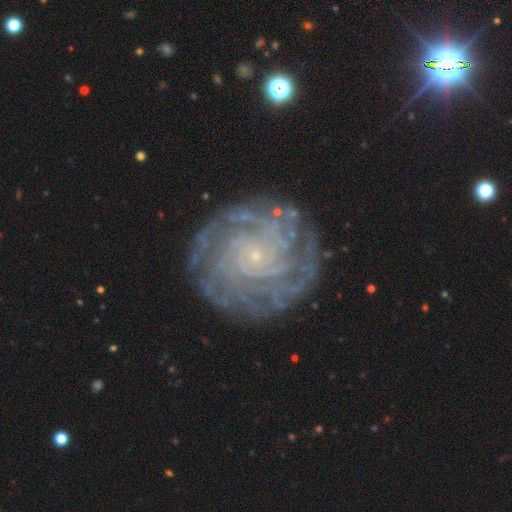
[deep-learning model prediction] smooth-or-featured: featured or disk: 86% | star or artifact: 7% | smooth: 7%
  disk-edge-on: no: 97% | yes: 3%
    bar: no: 80% | weak: 15% | strong: 5%
    has-spiral-arms: yes: 97% | no: 3%
      spiral-winding: tight: 83% | medium: 14% | loose: 3%
      spiral-arm-count: can't tell: 25% | more than 4: 23% | 4: 21% | 3: 12% | 2: 10% | 1: 8%
    bulge-size: small: 89% | moderate: 5% | none: 4% | large: 1% | dominant: 1%
  merging: none: 83% | minor disturbance: 12% | major disturbance: 4% | merger: 1%